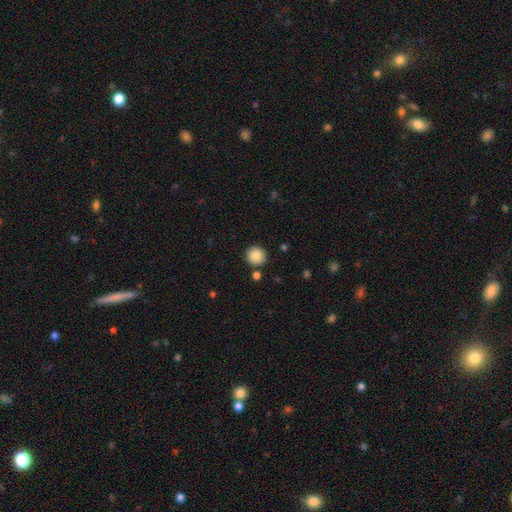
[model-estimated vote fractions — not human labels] A smooth galaxy with no disk features (86%) that is round (94%).

Vote fractions:
- Smooth or featured? smooth: 86% / star or artifact: 9% / featured or disk: 5%
- How rounded? round: 94% / in between: 5% / cigar-shaped: 1%
- Merging? none: 88% / minor disturbance: 6% / merger: 4% / major disturbance: 2%